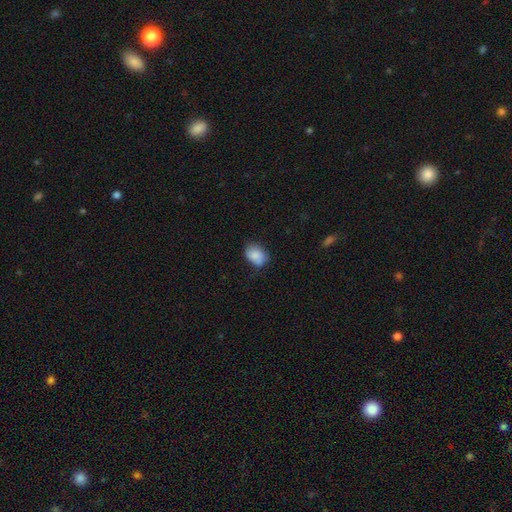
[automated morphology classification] Overall: smooth (83%). How rounded: in between (69%; round 30%). Merging: none (62%; minor disturbance 28%).